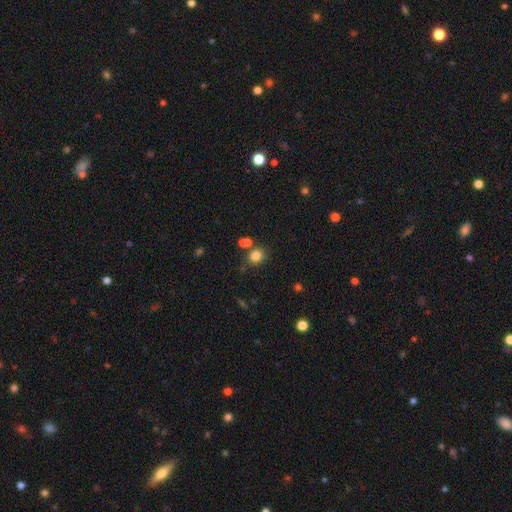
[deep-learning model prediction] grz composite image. It shows a smooth galaxy with no disk features (81%) that is round (70%). Merging: none (65%).